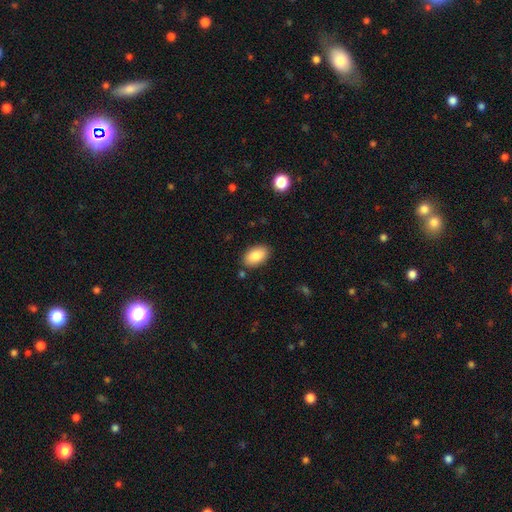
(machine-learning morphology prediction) Q: Smooth or featured?
A: smooth (86%); runner-up: featured or disk (8%)
Q: How rounded?
A: in between (93%); runner-up: round (5%)
Q: Merging?
A: none (86%); runner-up: minor disturbance (10%)